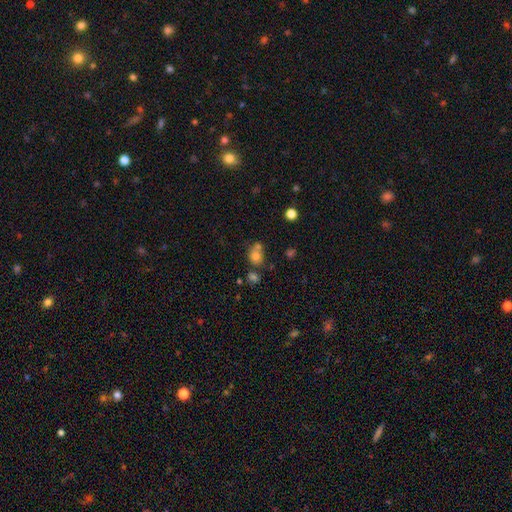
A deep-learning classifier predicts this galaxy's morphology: Smooth or featured: smooth — 75% (star or artifact — 15%)
How rounded: round — 69% (in between — 30%)
Merging: none — 49% (merger — 35%)